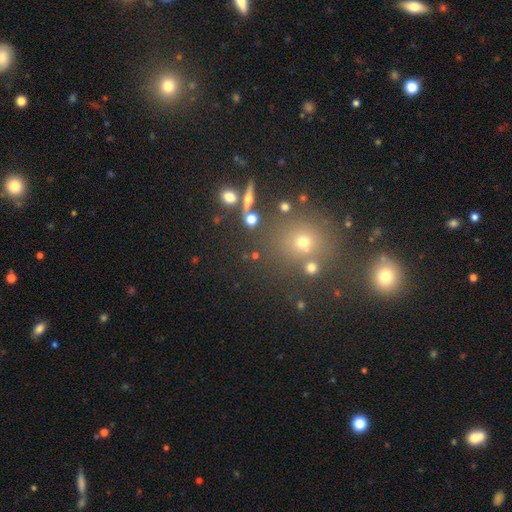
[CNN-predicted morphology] type=smooth (46%); merging=none (75%).